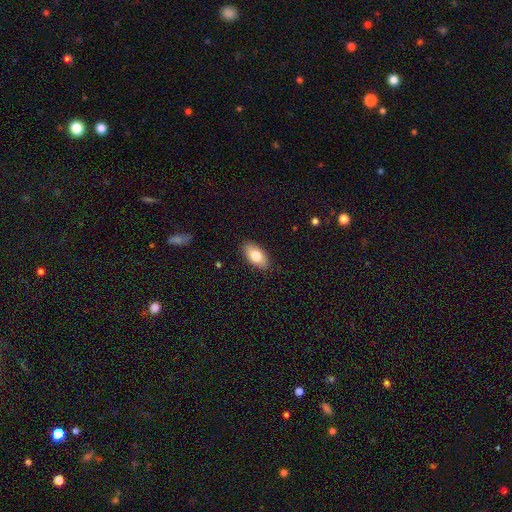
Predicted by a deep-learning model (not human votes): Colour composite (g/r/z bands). It shows a smooth galaxy with no disk features (80%) that is in between round and cigar-shaped (92%). Merging: none (87%).